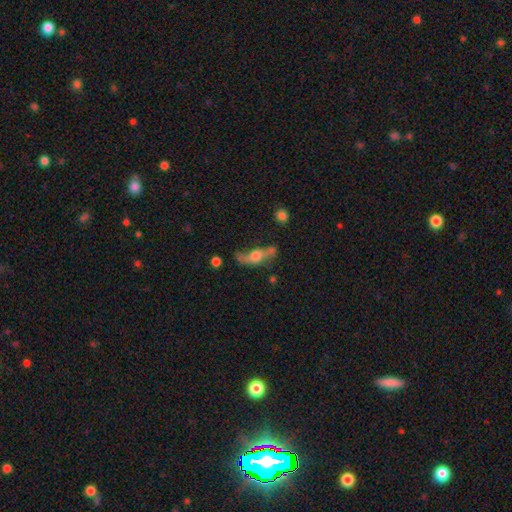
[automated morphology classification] A featured or disk galaxy (51%).

Vote fractions:
- Smooth or featured? featured or disk: 51% / smooth: 40% / star or artifact: 9%
- Edge-on disk? no: 59% / yes: 41%
- Merging? none: 42% / minor disturbance: 24% / major disturbance: 22% / merger: 12%